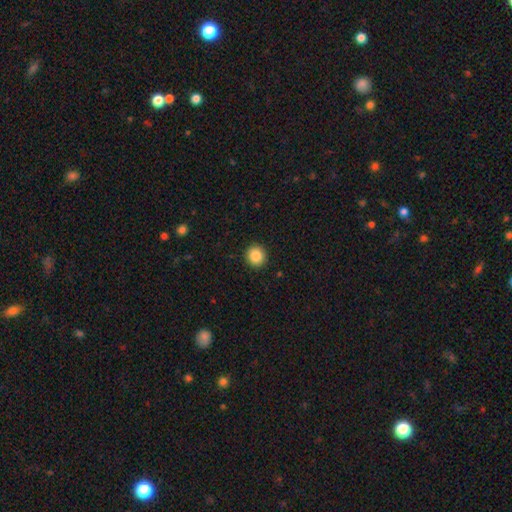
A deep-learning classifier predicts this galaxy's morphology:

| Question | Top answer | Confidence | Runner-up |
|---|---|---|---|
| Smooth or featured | smooth | 87% | star or artifact (9%) |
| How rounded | round | 92% | in between (7%) |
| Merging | none | 93% | minor disturbance (5%) |